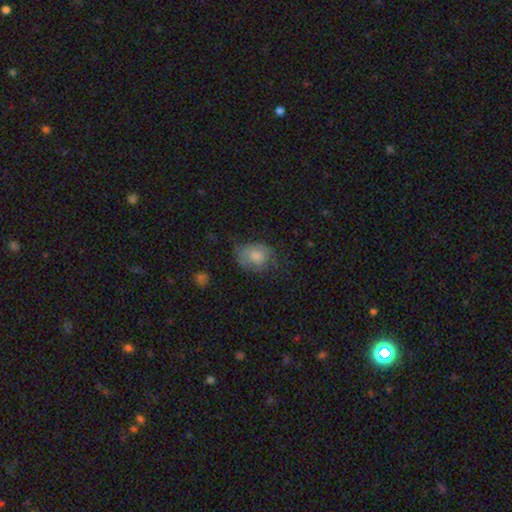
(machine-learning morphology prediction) This appears to be a smooth galaxy with no disk features (66%) that is in between round and cigar-shaped (64%). Merging: none (53%).